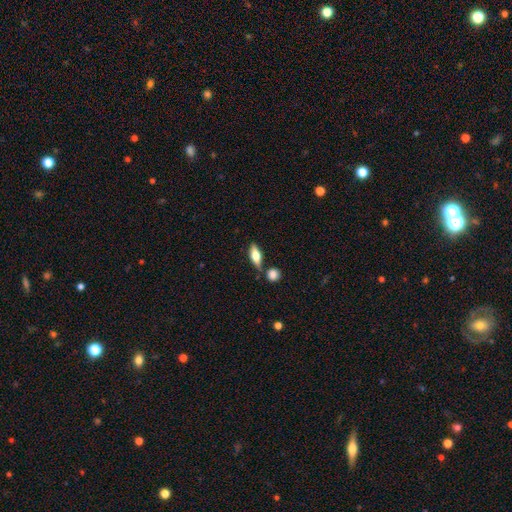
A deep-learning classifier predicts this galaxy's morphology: The model was most divided on "smooth or featured": smooth: 54%, featured or disk: 39%, star or artifact: 7%. More confident: merging — none (74%); how rounded — in between (62%).